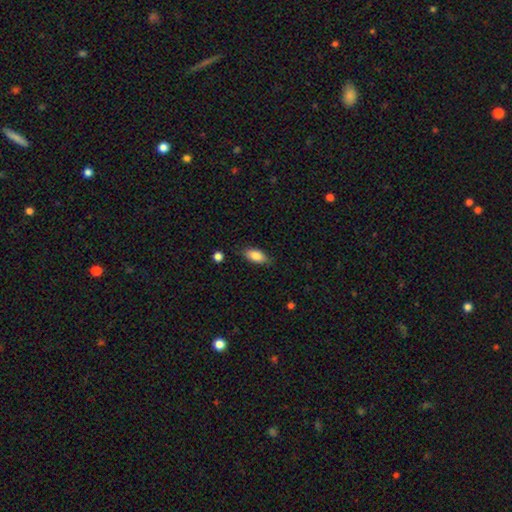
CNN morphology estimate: smooth_or_featured: smooth (p=0.83) [alt: featured or disk p=0.10]
how_rounded: in between (p=0.88) [alt: cigar-shaped p=0.09]
merging: none (p=0.81) [alt: minor disturbance p=0.14]